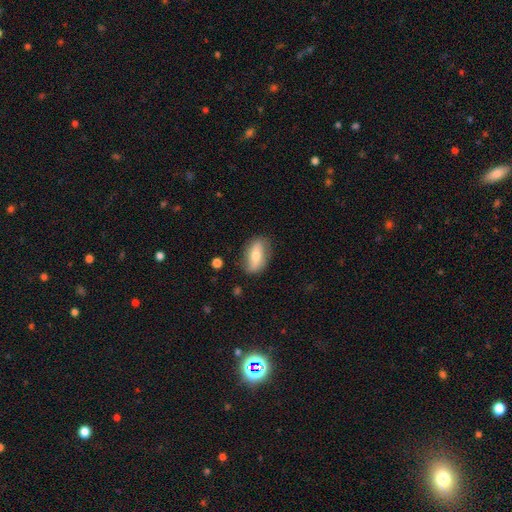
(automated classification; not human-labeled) smooth_or_featured: smooth (p=0.57) [alt: featured or disk p=0.36]
how_rounded: in between (p=0.82) [alt: cigar-shaped p=0.12]
merging: none (p=0.78) [alt: minor disturbance p=0.16]